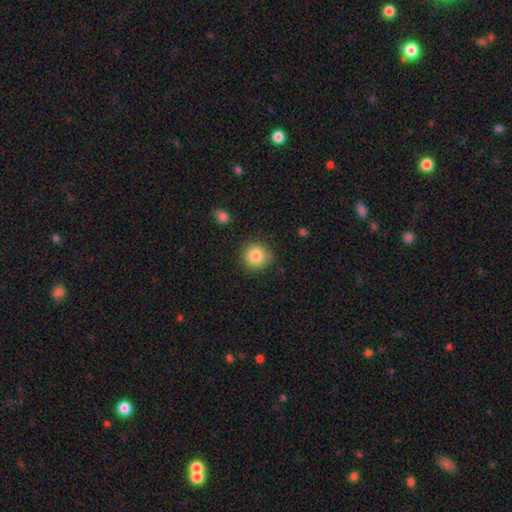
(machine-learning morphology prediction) A smooth galaxy with no disk features (84%) that is round (91%).

Vote fractions:
- Smooth or featured? smooth: 84% / star or artifact: 10% / featured or disk: 7%
- How rounded? round: 91% / in between: 8% / cigar-shaped: 1%
- Merging? none: 85% / minor disturbance: 11% / major disturbance: 3% / merger: 2%